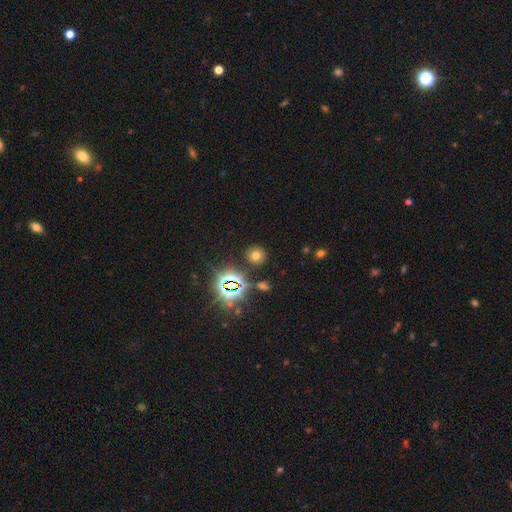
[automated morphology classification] smooth_or_featured: smooth (p=0.63) [alt: star or artifact p=0.28]
how_rounded: round (p=0.88) [alt: in between p=0.11]
merging: none (p=0.87) [alt: minor disturbance p=0.07]